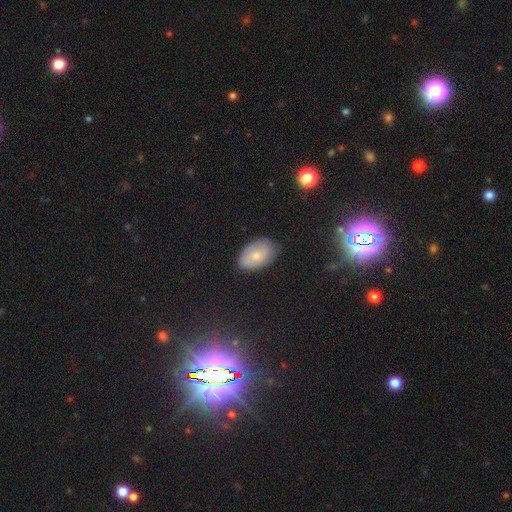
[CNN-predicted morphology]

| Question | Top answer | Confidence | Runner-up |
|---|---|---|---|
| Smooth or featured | smooth | 59% | featured or disk (30%) |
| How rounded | in between | 90% | round (9%) |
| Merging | none | 76% | minor disturbance (19%) |